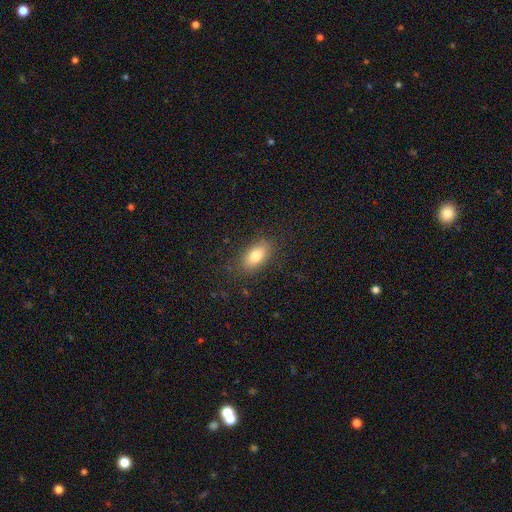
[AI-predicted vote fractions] A smooth galaxy with no disk features (79%) that is in between round and cigar-shaped (89%).

Vote fractions:
- Smooth or featured? smooth: 79% / featured or disk: 12% / star or artifact: 9%
- How rounded? in between: 89% / round: 7% / cigar-shaped: 5%
- Merging? none: 84% / minor disturbance: 11% / major disturbance: 4% / merger: 1%